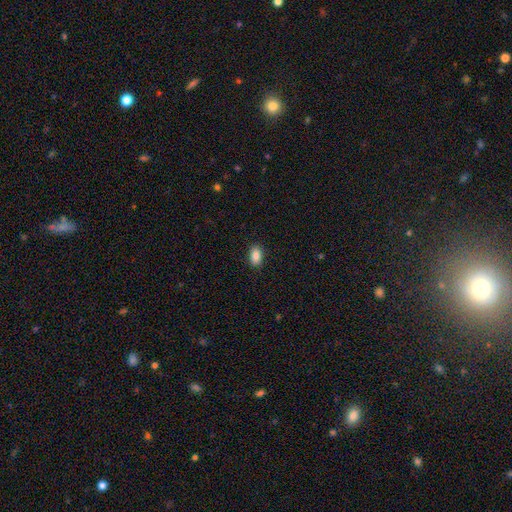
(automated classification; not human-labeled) Smooth or featured?
  - smooth: 87% *
  - star or artifact: 8%
  - featured or disk: 5%
How rounded?
  - in between: 89% *
  - round: 9%
  - cigar-shaped: 2%
Merging?
  - none: 89% *
  - minor disturbance: 8%
  - major disturbance: 2%
  - merger: 1%